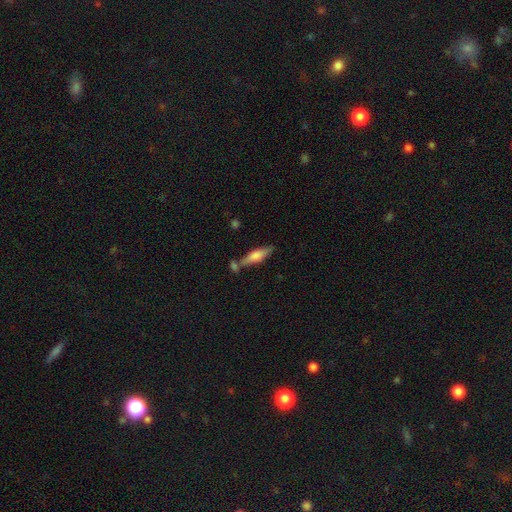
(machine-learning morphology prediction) Smooth or featured: smooth — 59% (featured or disk — 35%)
How rounded: cigar-shaped — 63% (in between — 35%)
Merging: none — 64% (merger — 16%)